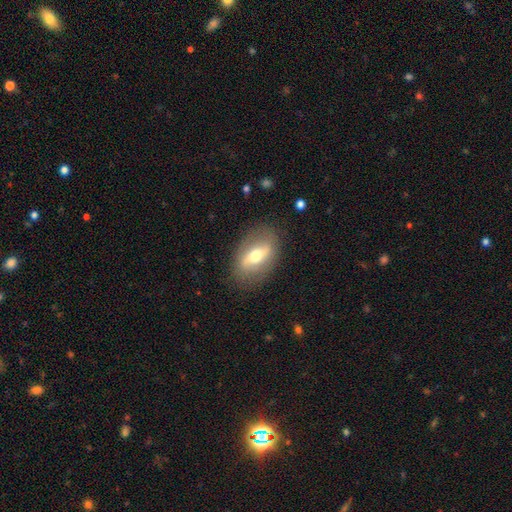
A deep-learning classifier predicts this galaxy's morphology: Q: Smooth or featured?
A: featured or disk (54%); runner-up: smooth (39%)
Q: Edge-on disk?
A: no (79%); runner-up: yes (21%)
Q: Merging?
A: none (82%); runner-up: minor disturbance (12%)